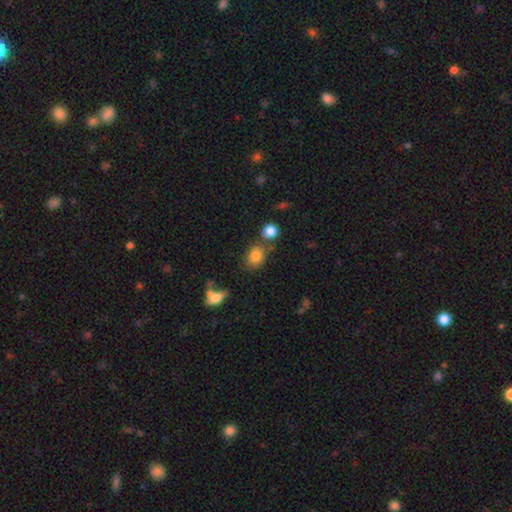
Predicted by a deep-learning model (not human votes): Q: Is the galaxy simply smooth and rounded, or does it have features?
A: smooth — 81%.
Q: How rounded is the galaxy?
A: round — 52%.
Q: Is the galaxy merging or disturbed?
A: none — 65%.